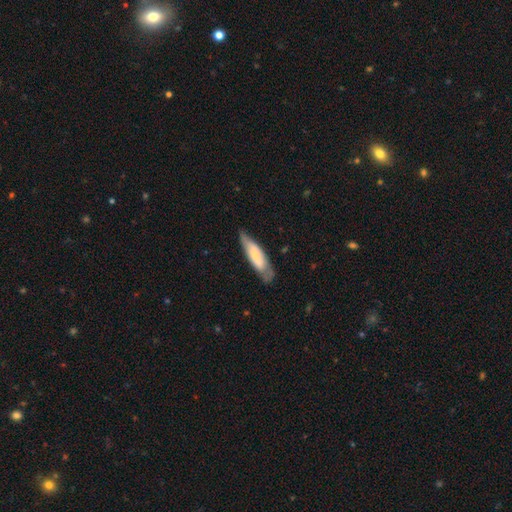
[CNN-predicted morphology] Smooth or featured: smooth — 59% (featured or disk — 35%)
How rounded: cigar-shaped — 59% (in between — 40%)
Merging: none — 66% (minor disturbance — 26%)